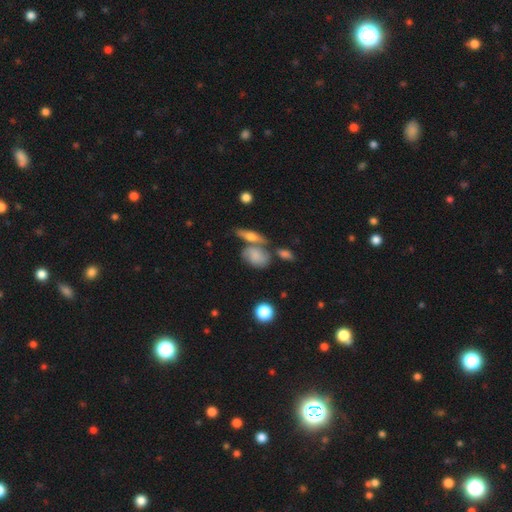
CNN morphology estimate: smooth 60%, featured or disk 30%, star or artifact 9%. Down the decision tree: how rounded — in between (69%); merging — none (42%).